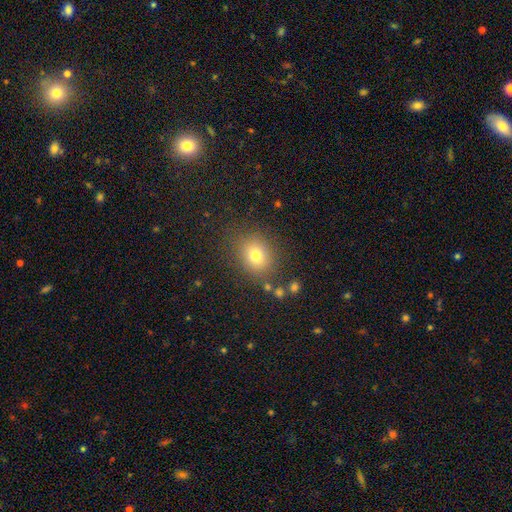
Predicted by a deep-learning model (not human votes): smooth 76%, star or artifact 14%, featured or disk 11%. Down the decision tree: how rounded — round (60%); merging — none (80%).